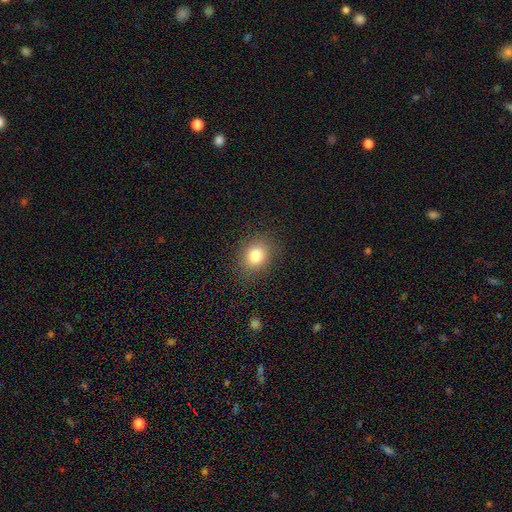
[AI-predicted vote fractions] smooth-or-featured: smooth: 81% | star or artifact: 11% | featured or disk: 8%
  how-rounded: round: 60% | in between: 39% | cigar-shaped: 1%
  merging: none: 85% | minor disturbance: 10% | major disturbance: 4% | merger: 1%